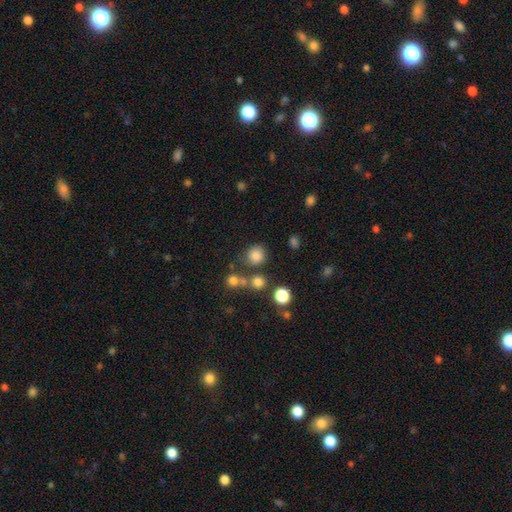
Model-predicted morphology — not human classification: smooth_or_featured: smooth (p=0.81) [alt: star or artifact p=0.14]
how_rounded: round (p=0.90) [alt: in between p=0.09]
merging: none (p=0.74) [alt: minor disturbance p=0.11]